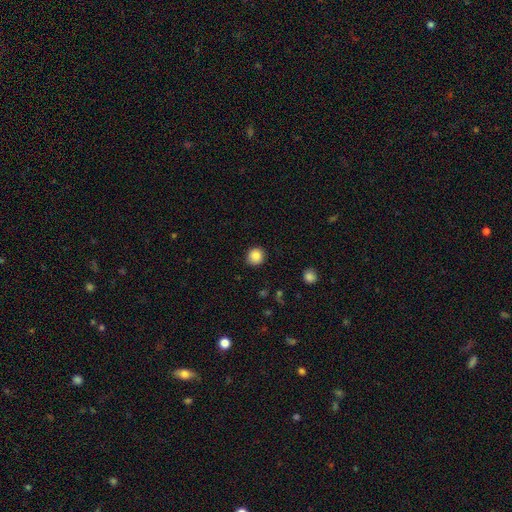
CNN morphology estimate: This is clearly a smooth galaxy (86%). How rounded: clearly round (91%). Merging: clearly none (90%).